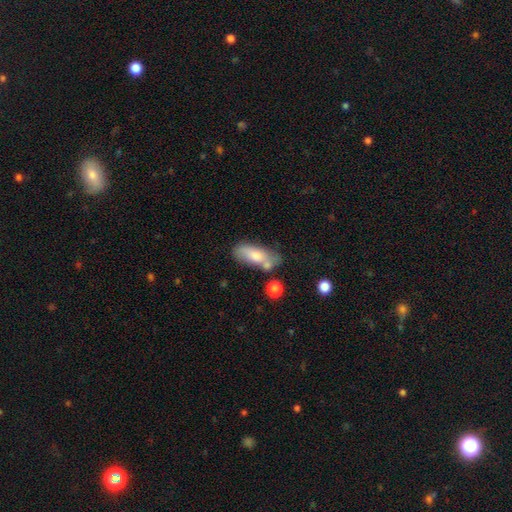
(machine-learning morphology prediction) smooth 72%, featured or disk 21%, star or artifact 7%. Down the decision tree: how rounded — in between (76%); merging — none (54%).